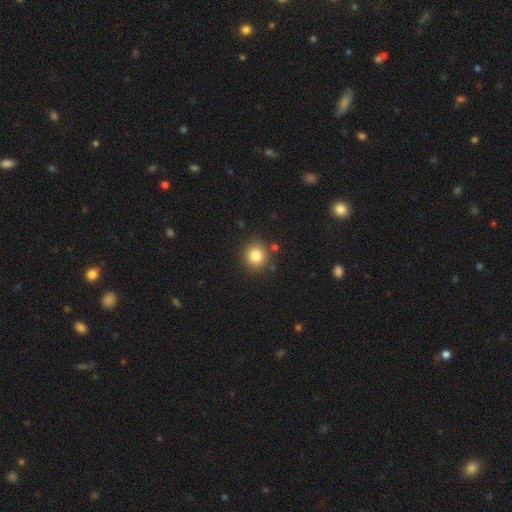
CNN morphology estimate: Smooth or featured: smooth — 83% (star or artifact — 11%)
How rounded: round — 88% (in between — 11%)
Merging: none — 87% (minor disturbance — 8%)